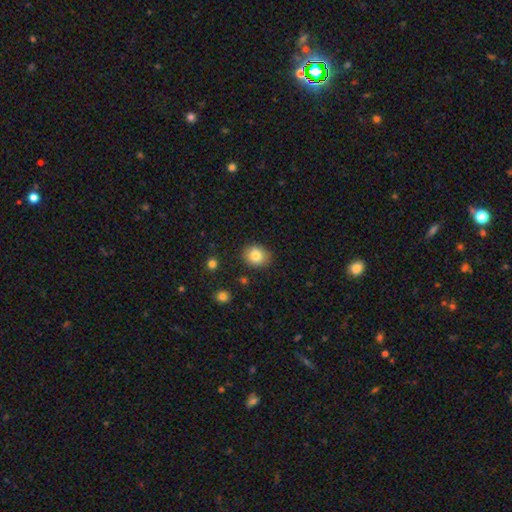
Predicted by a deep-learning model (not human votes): Morphology: type=smooth (82%); roundness=round (64%); merging=none (86%).